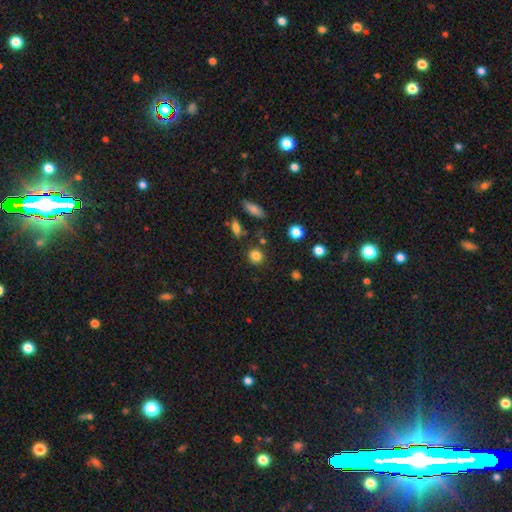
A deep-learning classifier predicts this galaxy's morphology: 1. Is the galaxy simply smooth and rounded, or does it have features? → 83% smooth, 11% star or artifact, 6% featured or disk.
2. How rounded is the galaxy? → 86% round, 12% in between, 1% cigar-shaped.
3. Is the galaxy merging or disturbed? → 84% none, 9% minor disturbance, 4% merger, 3% major disturbance.